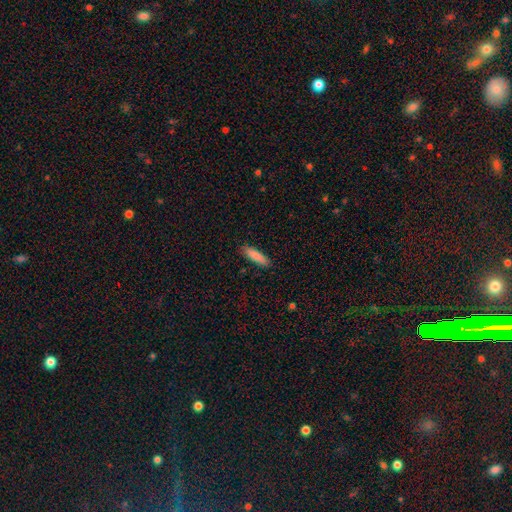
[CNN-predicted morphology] Smooth or featured?
  - smooth: 87% *
  - featured or disk: 8%
  - star or artifact: 6%
How rounded?
  - cigar-shaped: 71% *
  - in between: 28%
  - round: 1%
Merging?
  - none: 88% *
  - minor disturbance: 9%
  - major disturbance: 2%
  - merger: 1%